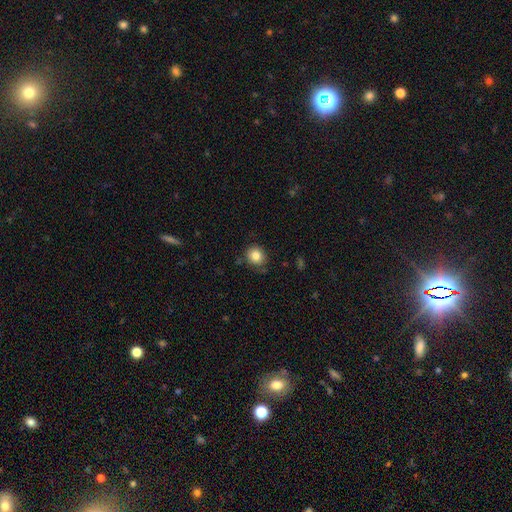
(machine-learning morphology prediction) The model was most divided on "how rounded": round: 81%, in between: 18%, cigar-shaped: 1%. More confident: smooth or featured — smooth (83%); merging — none (81%).